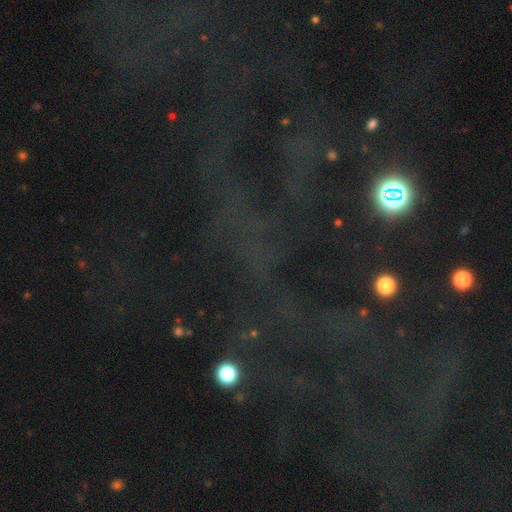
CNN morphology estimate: Smooth or featured?
  - star or artifact: 73% *
  - smooth: 15%
  - featured or disk: 12%